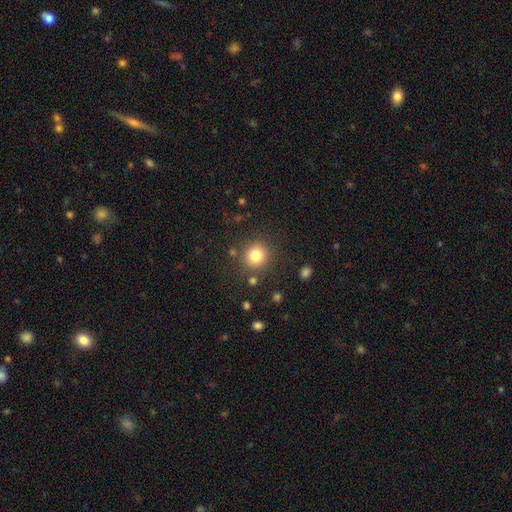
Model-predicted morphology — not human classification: Q: Smooth or featured?
A: smooth (81%); runner-up: star or artifact (12%)
Q: How rounded?
A: round (91%); runner-up: in between (8%)
Q: Merging?
A: none (85%); runner-up: minor disturbance (8%)